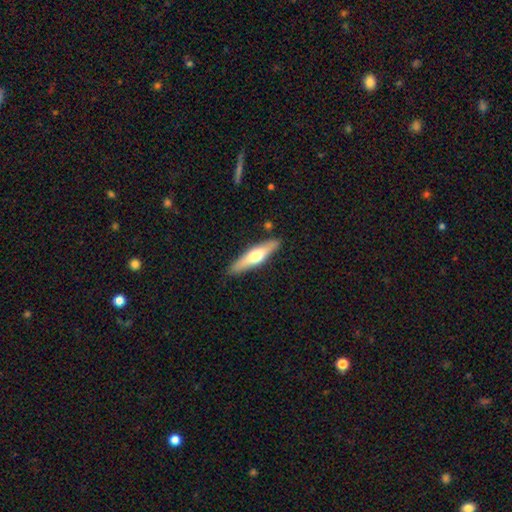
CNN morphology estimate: Overall: featured or disk (52%; smooth 43%). Edge-on disk: yes (92%). Merging: none (88%).